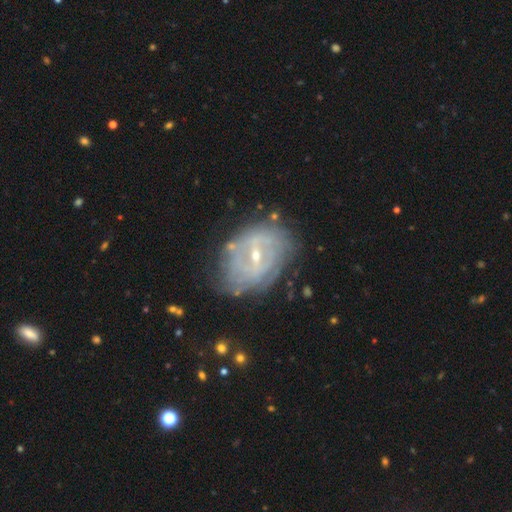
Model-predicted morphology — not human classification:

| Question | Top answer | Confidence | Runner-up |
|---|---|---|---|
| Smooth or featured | featured or disk | 80% | smooth (13%) |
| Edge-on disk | no | 96% | yes (4%) |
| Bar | weak | 52% | strong (27%) |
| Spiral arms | yes | 76% | no (24%) |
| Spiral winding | tight | 61% | medium (27%) |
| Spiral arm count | can't tell | 53% | 2 (23%) |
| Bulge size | small | 68% | moderate (29%) |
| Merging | none | 67% | minor disturbance (21%) |